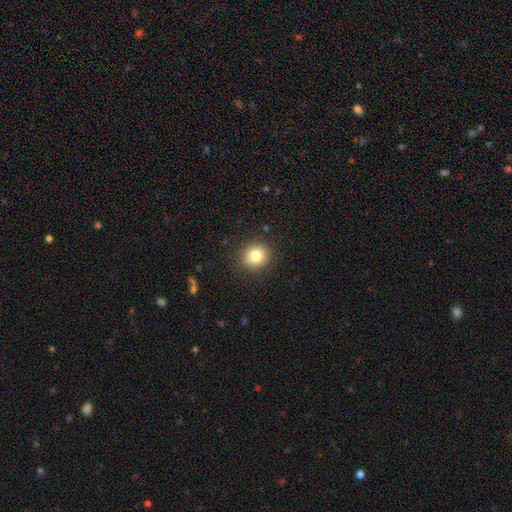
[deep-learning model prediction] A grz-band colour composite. It shows a smooth galaxy with no disk features (82%) that is round (85%). Merging: none (90%).